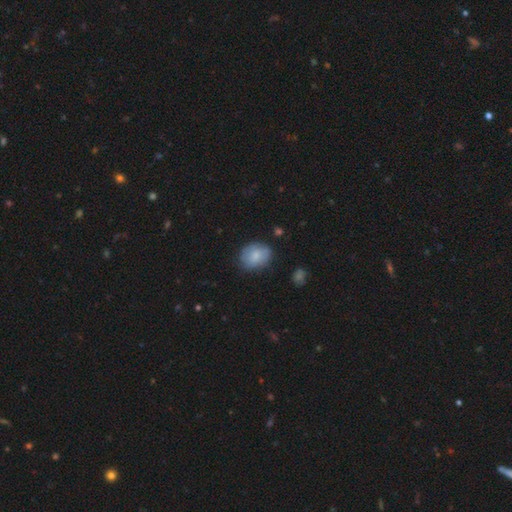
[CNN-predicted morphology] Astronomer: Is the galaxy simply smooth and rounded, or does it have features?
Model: smooth — 81%.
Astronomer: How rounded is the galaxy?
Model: in between — 51% (runner-up: round, 48%).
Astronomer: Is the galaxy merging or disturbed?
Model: none — 73%.